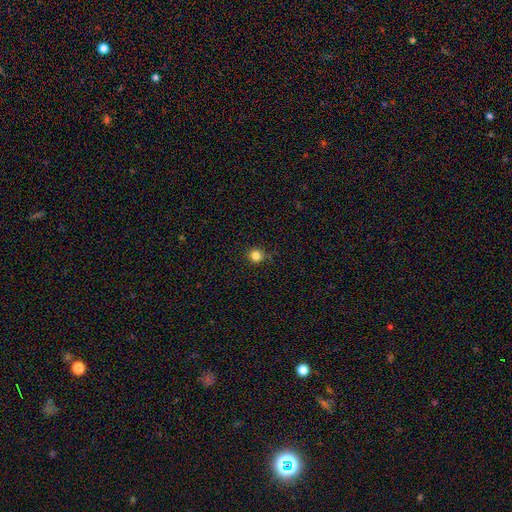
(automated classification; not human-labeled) Q: Smooth or featured?
A: smooth (83%); runner-up: star or artifact (13%)
Q: How rounded?
A: round (95%); runner-up: in between (4%)
Q: Merging?
A: none (88%); runner-up: minor disturbance (9%)